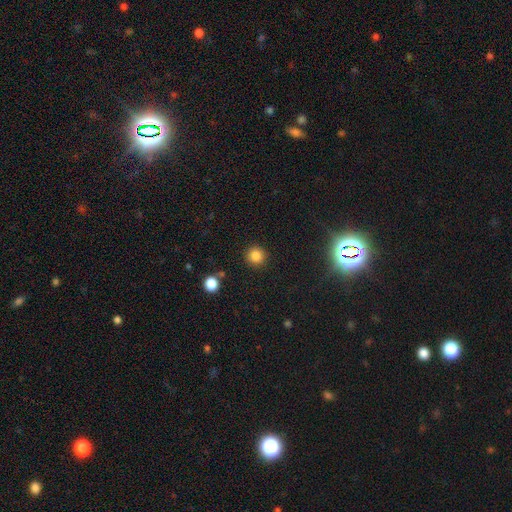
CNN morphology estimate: A smooth galaxy with no disk features (83%) that is round (94%).

Vote fractions:
- Smooth or featured? smooth: 83% / star or artifact: 12% / featured or disk: 5%
- How rounded? round: 94% / in between: 5% / cigar-shaped: 1%
- Merging? none: 91% / minor disturbance: 6% / major disturbance: 2% / merger: 2%